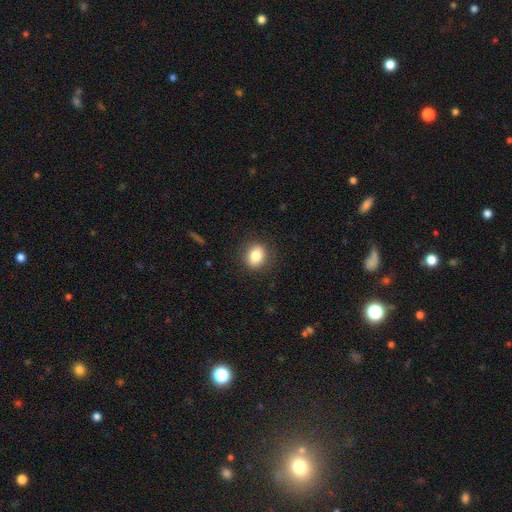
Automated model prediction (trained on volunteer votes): Morphology: type=smooth (82%); roundness=round (58%); merging=none (88%).